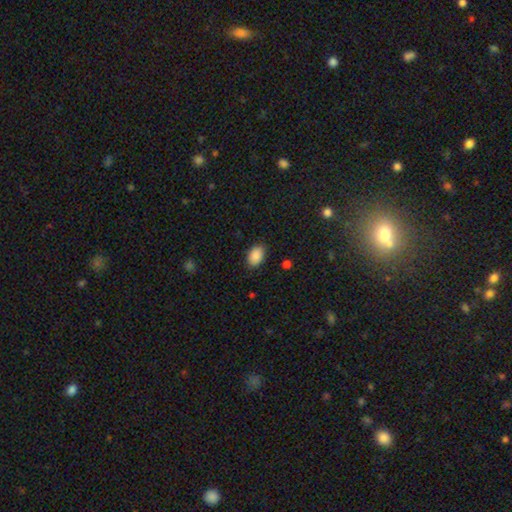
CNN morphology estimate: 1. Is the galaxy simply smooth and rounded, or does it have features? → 89% smooth, 8% star or artifact, 3% featured or disk.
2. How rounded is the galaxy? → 87% in between, 11% round, 1% cigar-shaped.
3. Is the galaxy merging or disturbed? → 86% none, 11% minor disturbance, 2% major disturbance, 1% merger.